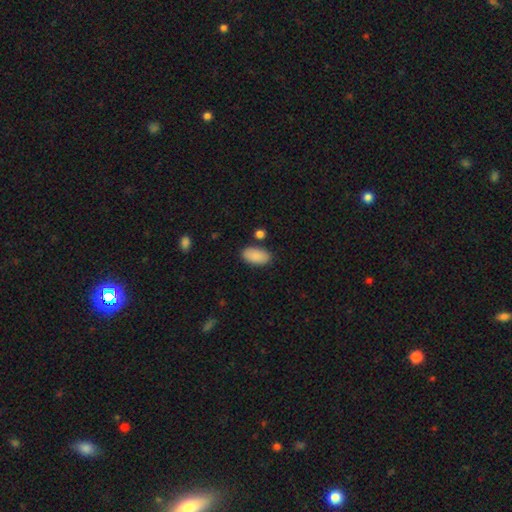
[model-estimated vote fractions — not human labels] A smooth galaxy with no disk features (89%) that is in between round and cigar-shaped (94%). Merging: none (83%).